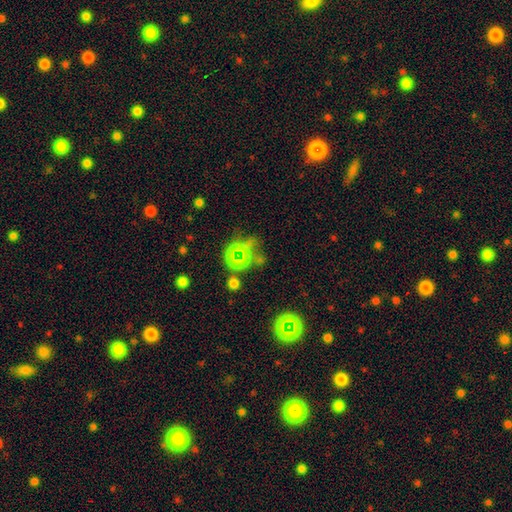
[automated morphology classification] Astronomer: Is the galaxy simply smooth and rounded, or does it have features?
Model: star or artifact — 65%.